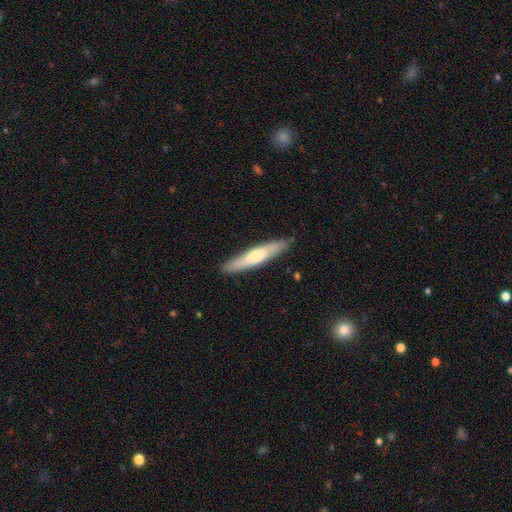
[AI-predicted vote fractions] The model was most divided on "smooth or featured": smooth: 53%, featured or disk: 41%, star or artifact: 5%. More confident: how rounded — cigar-shaped (90%); merging — none (88%).